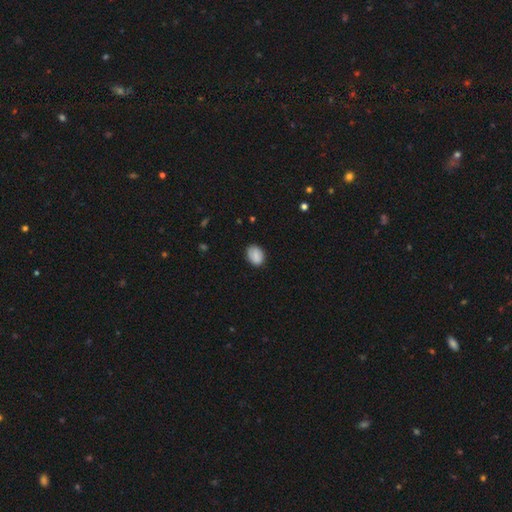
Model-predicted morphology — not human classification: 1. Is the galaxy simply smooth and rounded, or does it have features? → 85% smooth, 8% star or artifact, 8% featured or disk.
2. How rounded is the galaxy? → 67% in between, 32% round, 1% cigar-shaped.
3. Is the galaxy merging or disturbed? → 78% none, 18% minor disturbance, 3% major disturbance, 1% merger.